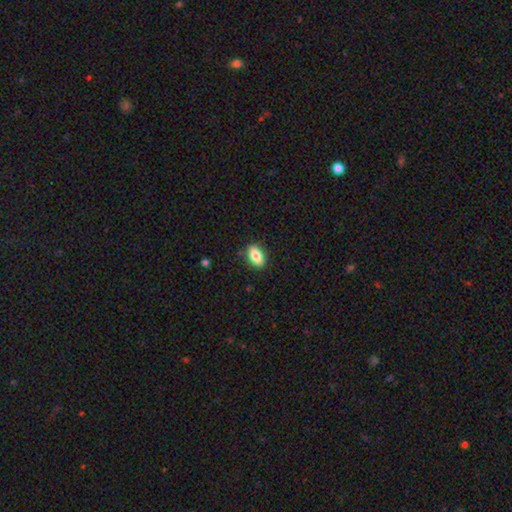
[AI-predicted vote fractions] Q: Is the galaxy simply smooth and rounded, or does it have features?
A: smooth — 82%.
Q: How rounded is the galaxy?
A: in between — 88%.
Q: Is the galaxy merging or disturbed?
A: none — 86%.